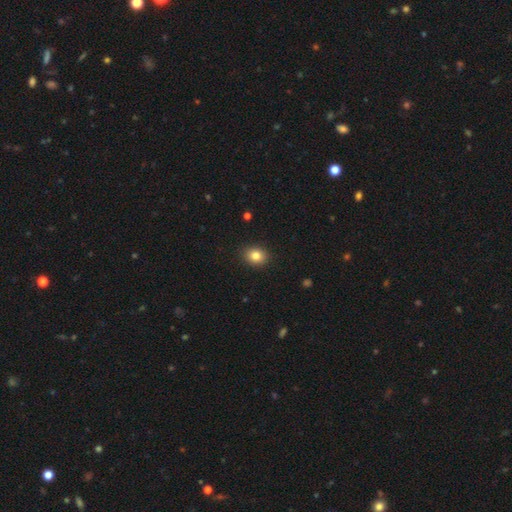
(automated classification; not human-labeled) This is clearly a smooth galaxy (83%). How rounded: possibly round (53%). Merging: clearly none (90%).